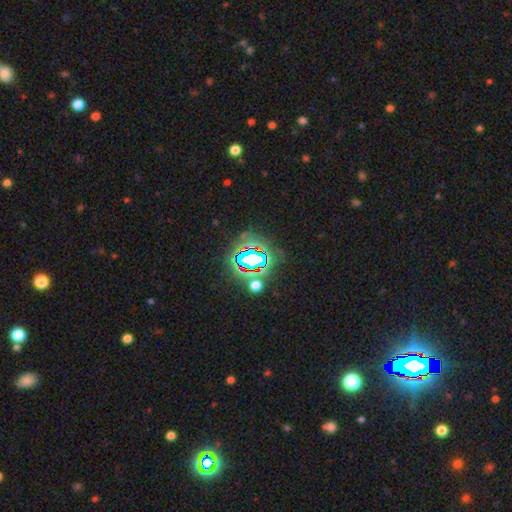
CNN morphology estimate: The model was most divided on "smooth or featured": star or artifact: 73%, smooth: 16%, featured or disk: 11%.